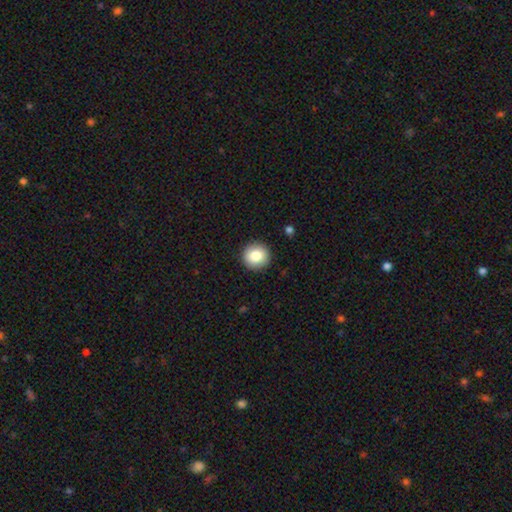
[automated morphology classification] Smooth or featured? Predicted: smooth (p=0.84). How rounded? Predicted: round (p=0.94). Merging? Predicted: none (p=0.92).